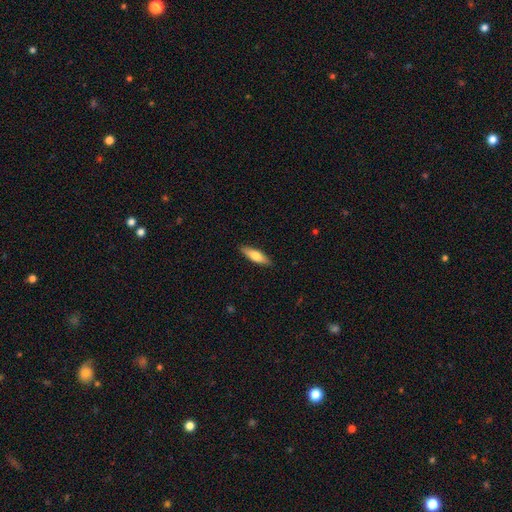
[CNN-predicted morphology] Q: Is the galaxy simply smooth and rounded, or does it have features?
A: smooth — 69%.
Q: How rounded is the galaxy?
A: cigar-shaped — 59%.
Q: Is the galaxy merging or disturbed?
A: none — 89%.